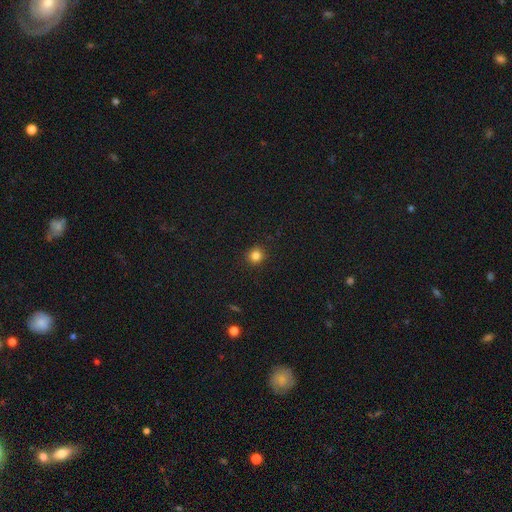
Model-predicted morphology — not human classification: The model was most divided on "smooth or featured": smooth: 83%, star or artifact: 13%, featured or disk: 4%. More confident: how rounded — round (91%); merging — none (91%).